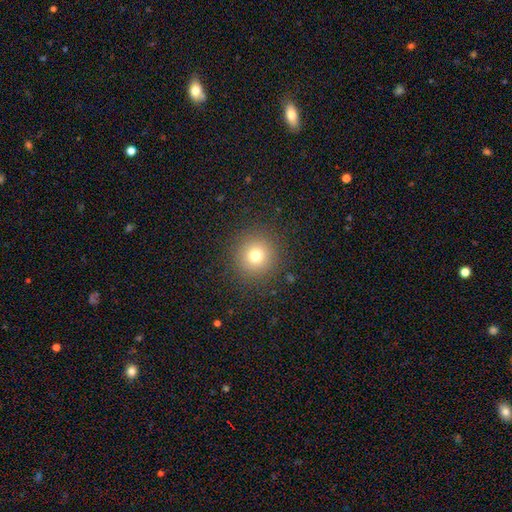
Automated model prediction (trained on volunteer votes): The model was most divided on "smooth or featured": smooth: 75%, star or artifact: 15%, featured or disk: 9%. More confident: how rounded — round (94%); merging — none (89%).